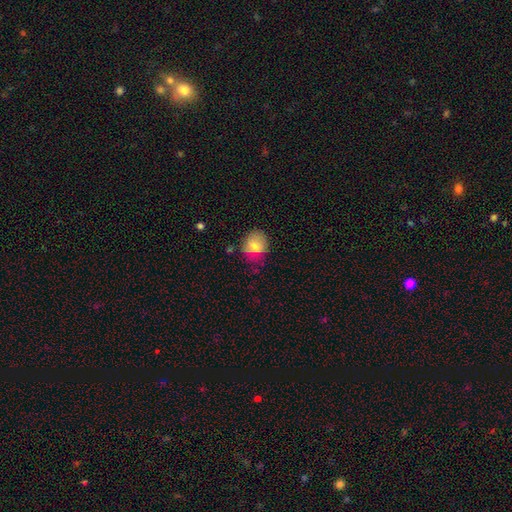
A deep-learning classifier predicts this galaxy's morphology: type=smooth (73%); roundness=round (57%); merging=none (62%).